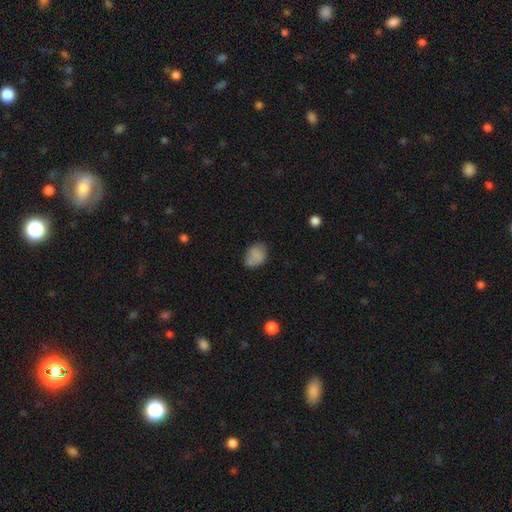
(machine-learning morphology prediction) smooth-or-featured: smooth: 80% | featured or disk: 11% | star or artifact: 10%
  how-rounded: in between: 74% | round: 25% | cigar-shaped: 1%
  merging: none: 64% | minor disturbance: 26% | major disturbance: 6% | merger: 4%